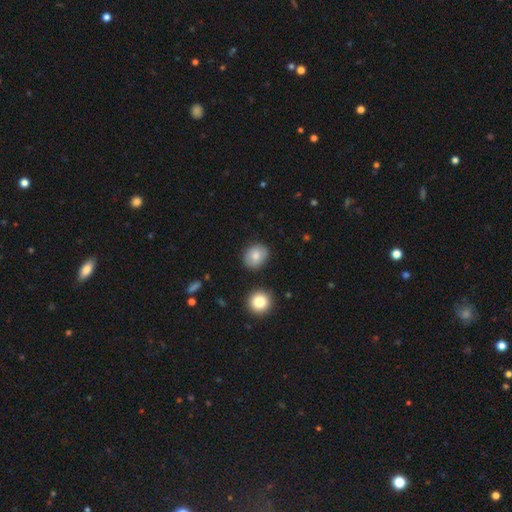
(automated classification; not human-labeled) This is clearly a smooth galaxy (81%). How rounded: likely round (62%). Merging: clearly none (85%).